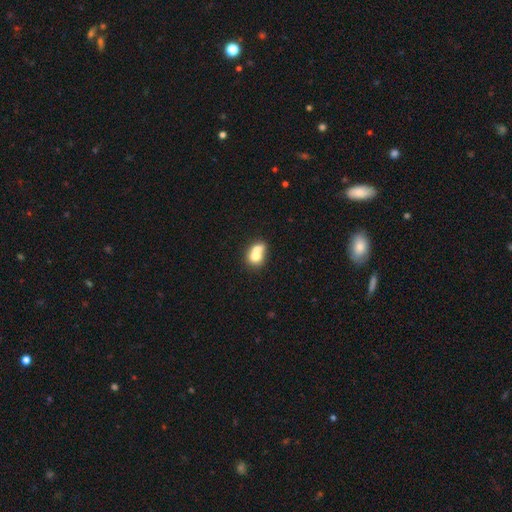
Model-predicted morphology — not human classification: Smooth or featured? Predicted: smooth (p=0.68). How rounded? Predicted: round (p=0.58). Merging? Predicted: merger (p=0.66).